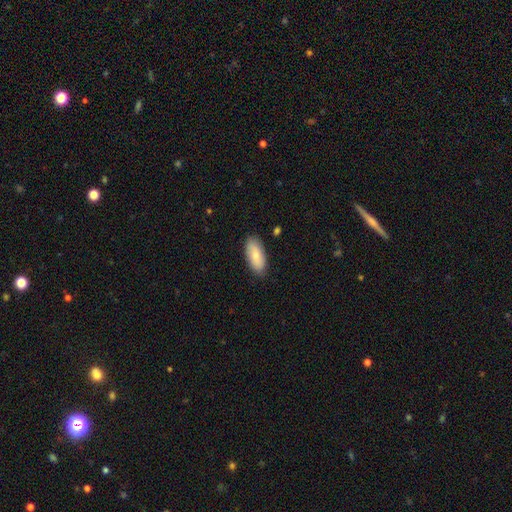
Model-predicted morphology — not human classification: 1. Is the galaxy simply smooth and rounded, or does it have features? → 81% smooth, 13% featured or disk, 6% star or artifact.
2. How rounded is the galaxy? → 89% in between, 9% cigar-shaped, 2% round.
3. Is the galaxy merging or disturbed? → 85% none, 12% minor disturbance, 2% major disturbance, 1% merger.